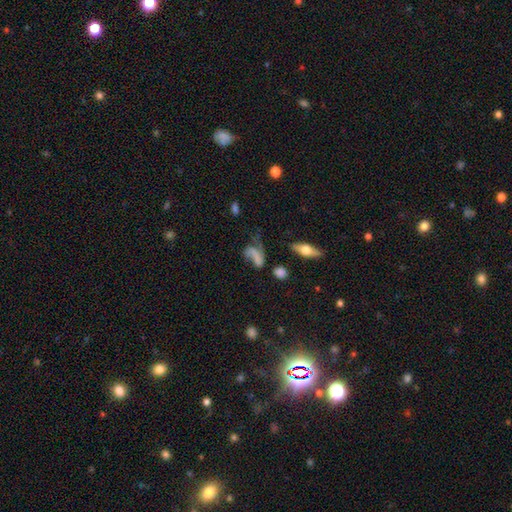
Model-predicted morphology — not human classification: smooth_or_featured: smooth (p=0.52) [alt: featured or disk p=0.34]
how_rounded: in between (p=0.71) [alt: cigar-shaped p=0.17]
merging: major disturbance (p=0.38) [alt: none p=0.30]